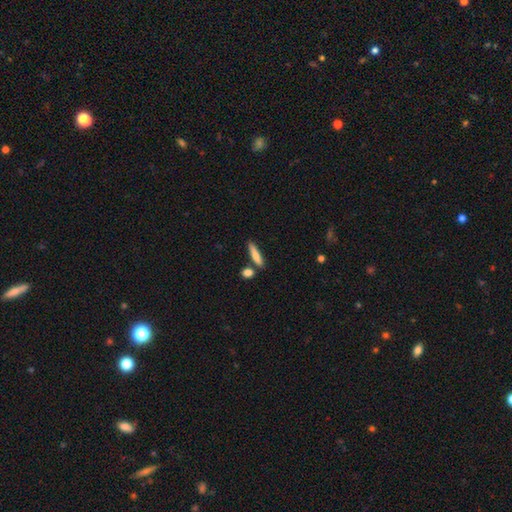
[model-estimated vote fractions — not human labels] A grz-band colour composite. It shows a smooth galaxy with no disk features (74%) that is cigar-shaped (80%). Merging: none (75%).